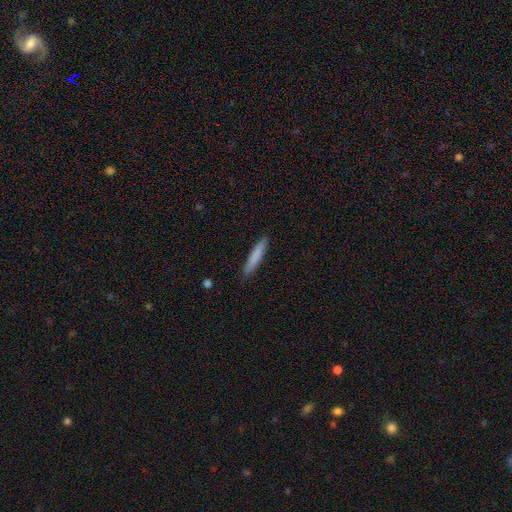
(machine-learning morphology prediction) Smooth or featured: smooth — 79% (featured or disk — 16%)
How rounded: cigar-shaped — 92% (in between — 6%)
Merging: none — 88% (minor disturbance — 10%)